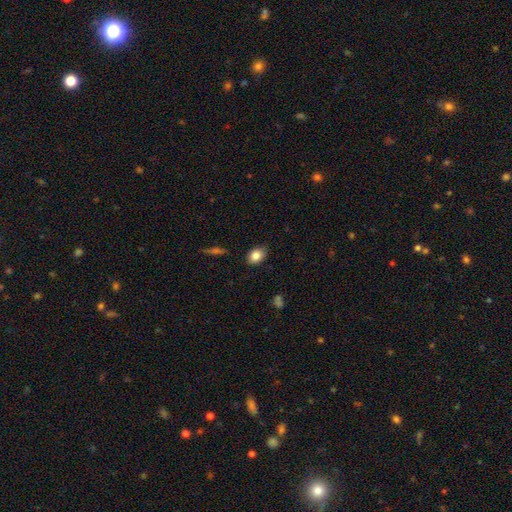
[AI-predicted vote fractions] A smooth galaxy with no disk features (83%) that is in between round and cigar-shaped (77%). Merging: none (86%).